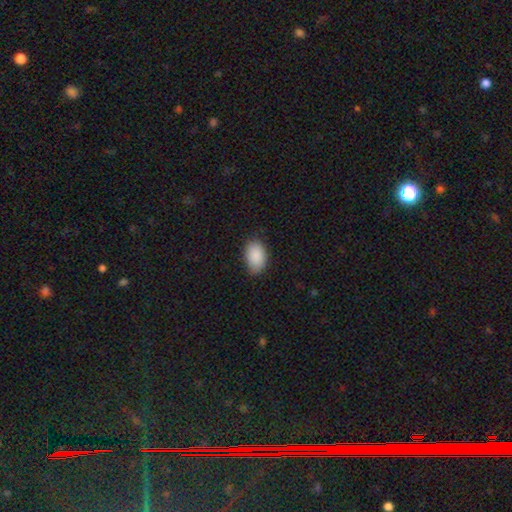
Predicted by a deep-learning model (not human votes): The model was most divided on "merging": none: 80%, minor disturbance: 16%, major disturbance: 3%, merger: 1%. More confident: how rounded — in between (92%); smooth or featured — smooth (90%).